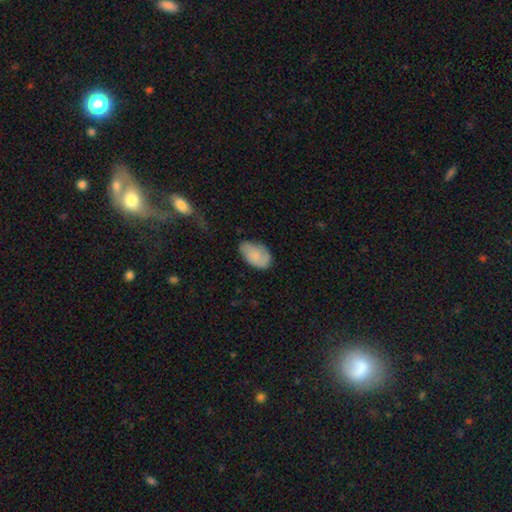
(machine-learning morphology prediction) This is likely a smooth galaxy (77%). How rounded: clearly in between (93%). Merging: likely none (61%).